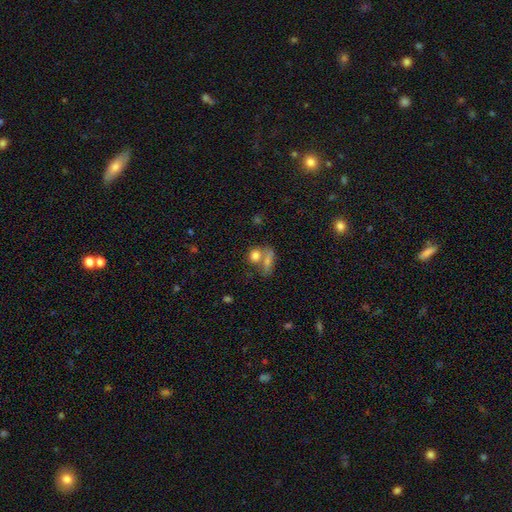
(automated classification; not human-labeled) Q: Smooth or featured?
A: smooth (76%); runner-up: featured or disk (13%)
Q: How rounded?
A: round (52%); runner-up: in between (44%)
Q: Merging?
A: merger (47%); runner-up: none (38%)